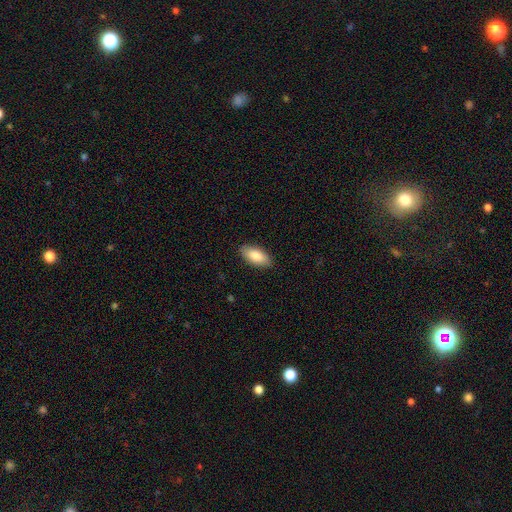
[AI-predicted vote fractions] Morphology: type=smooth (85%); roundness=in between (90%); merging=none (88%).